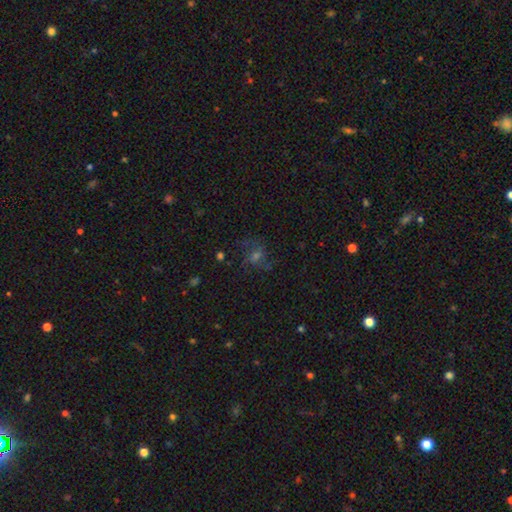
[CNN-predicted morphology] A featured or disk galaxy (41%).

Vote fractions:
- Smooth or featured? featured or disk: 41% / star or artifact: 32% / smooth: 27%
- Merging? none: 64% / minor disturbance: 17% / major disturbance: 16% / merger: 3%